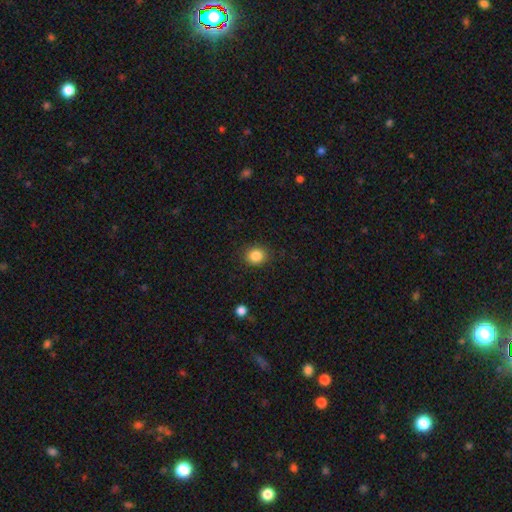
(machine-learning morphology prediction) Smooth or featured? Predicted: smooth (p=0.85). How rounded? Predicted: round (p=0.76). Merging? Predicted: none (p=0.87).